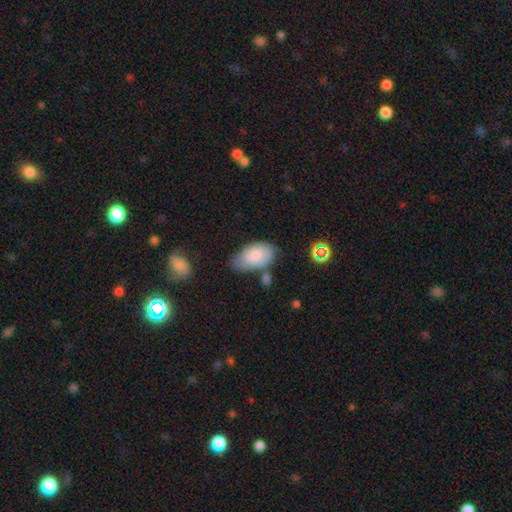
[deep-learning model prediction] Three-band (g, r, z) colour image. It shows a smooth galaxy with no disk features (74%) that is in between round and cigar-shaped (94%). Merging: none (50%).